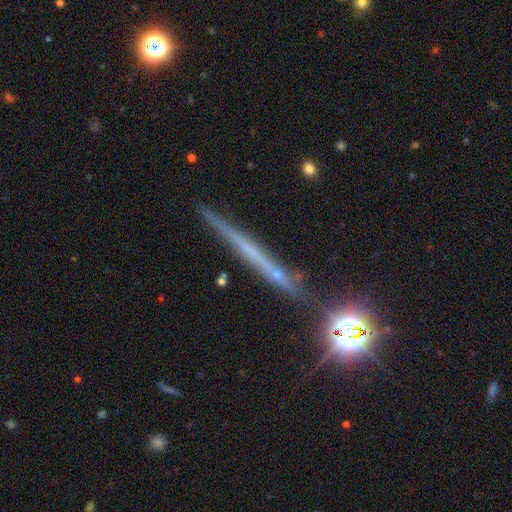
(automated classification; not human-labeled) A featured or disk galaxy (49%). Merging: none (85%).